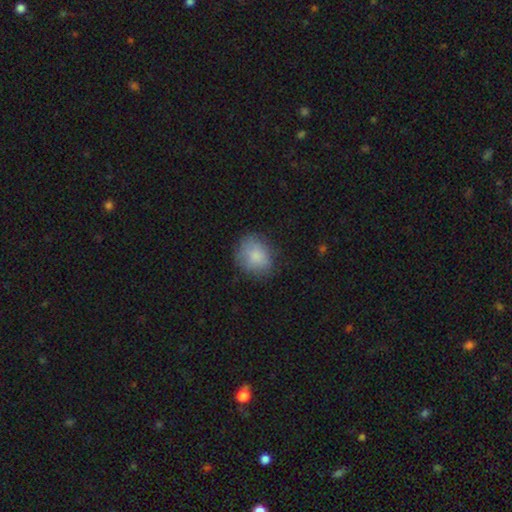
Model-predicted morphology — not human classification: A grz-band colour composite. It shows a smooth galaxy with no disk features (82%) that is round (64%). Merging: none (72%).